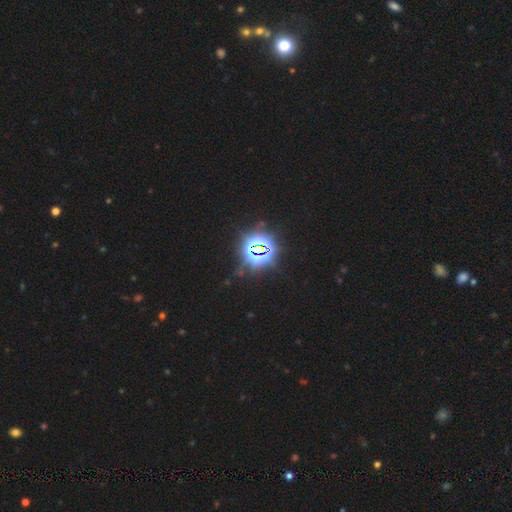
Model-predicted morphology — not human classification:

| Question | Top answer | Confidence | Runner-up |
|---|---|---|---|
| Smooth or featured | star or artifact | 84% | smooth (11%) |